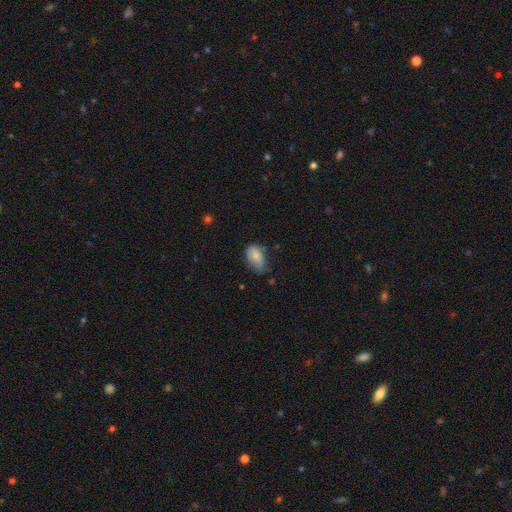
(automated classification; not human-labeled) smooth_or_featured: smooth (p=0.77) [alt: featured or disk p=0.16]
how_rounded: in between (p=0.89) [alt: round p=0.10]
merging: none (p=0.46) [alt: minor disturbance p=0.40]